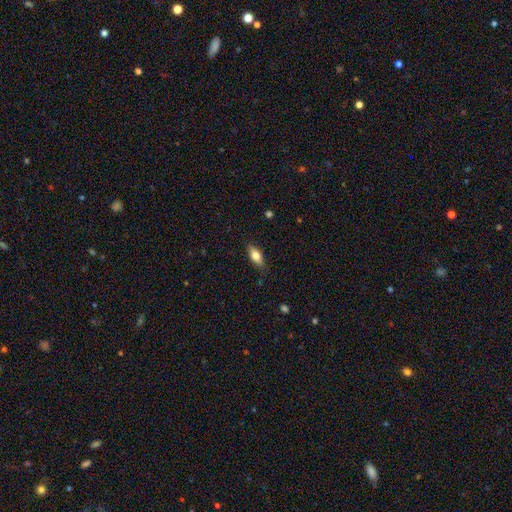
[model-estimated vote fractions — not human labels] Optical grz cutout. It shows a smooth galaxy with no disk features (76%) that is in between round and cigar-shaped (82%). Merging: none (82%).